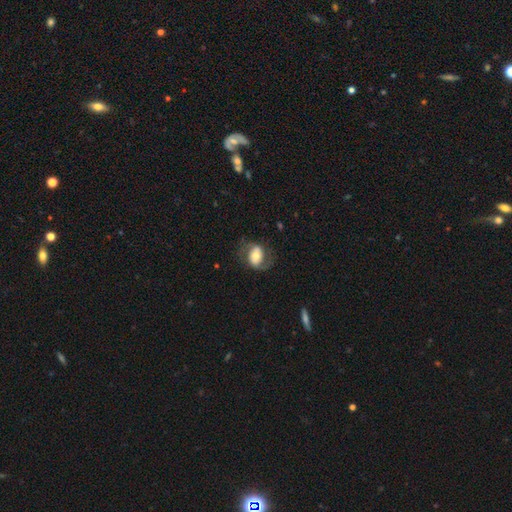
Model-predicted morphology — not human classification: Smooth or featured: featured or disk — 63% (smooth — 30%)
Edge-on disk: no — 96% (yes — 4%)
Bar: no — 49% (weak — 30%)
Spiral arms: yes — 82% (no — 18%)
Bulge size: moderate — 61% (small — 21%)
Merging: none — 67% (minor disturbance — 17%)